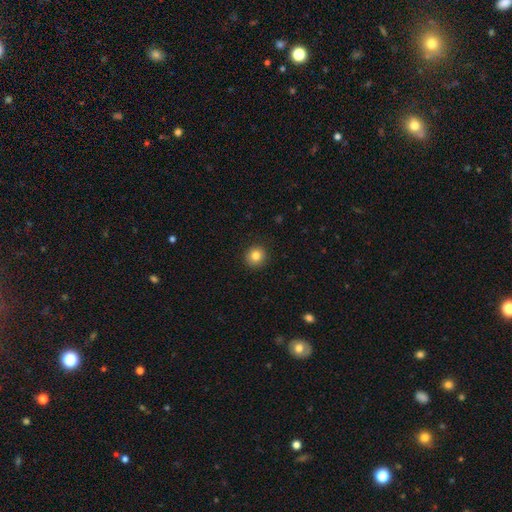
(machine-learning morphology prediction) Q: Smooth or featured?
A: smooth (83%); runner-up: star or artifact (10%)
Q: How rounded?
A: round (93%); runner-up: in between (6%)
Q: Merging?
A: none (92%); runner-up: minor disturbance (5%)